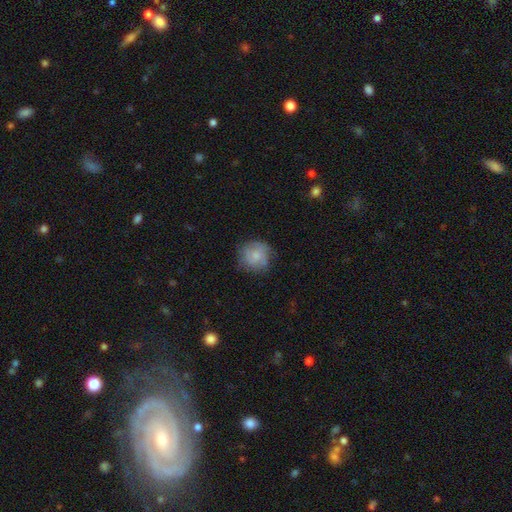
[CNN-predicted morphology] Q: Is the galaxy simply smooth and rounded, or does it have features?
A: smooth — 63%.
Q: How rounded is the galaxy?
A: round — 88%.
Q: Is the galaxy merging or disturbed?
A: none — 68%.